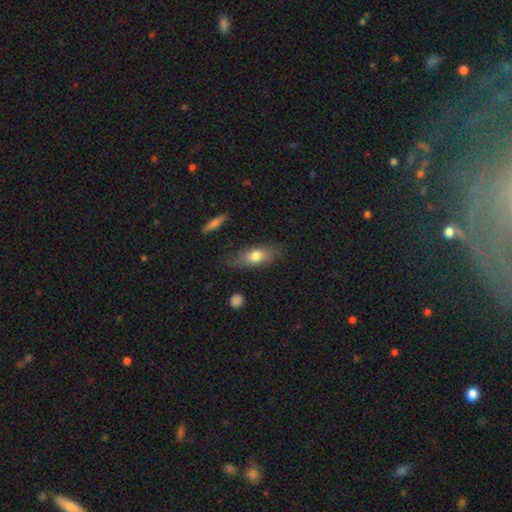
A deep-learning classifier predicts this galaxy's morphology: This is likely a smooth galaxy (71%). How rounded: likely in between (71%). Merging: likely none (73%).